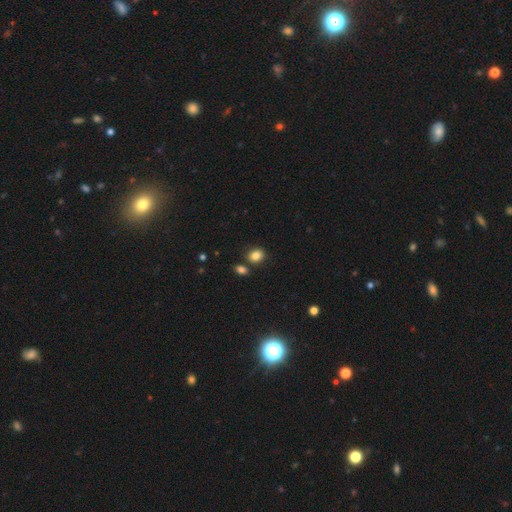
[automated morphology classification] smooth 84%, star or artifact 10%, featured or disk 6%. Down the decision tree: how rounded — in between (50%); merging — none (74%).